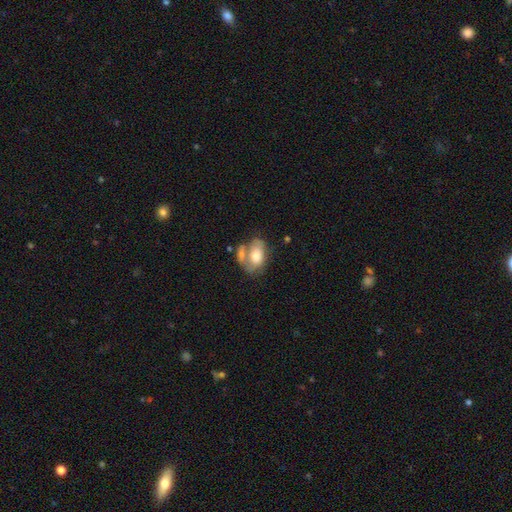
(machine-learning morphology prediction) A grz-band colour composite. It shows a smooth galaxy with no disk features (67%) that is in between round and cigar-shaped (88%). Merging: merger (41%).